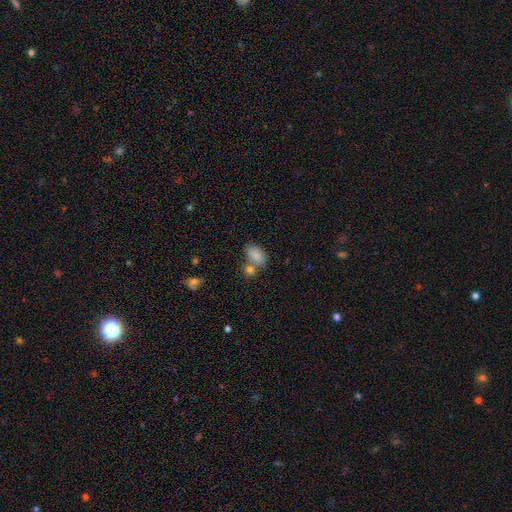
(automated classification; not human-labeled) smooth 84%, star or artifact 8%, featured or disk 8%. Down the decision tree: how rounded — in between (87%); merging — none (50%).